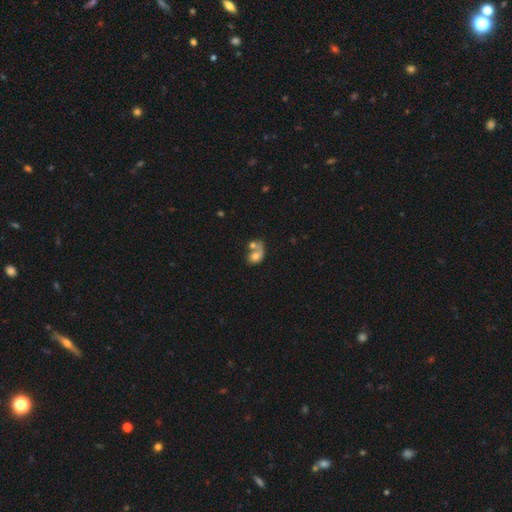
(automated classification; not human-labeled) This appears to be a smooth galaxy with no disk features (58%) that is in between round and cigar-shaped (63%). Merging: merger (58%).